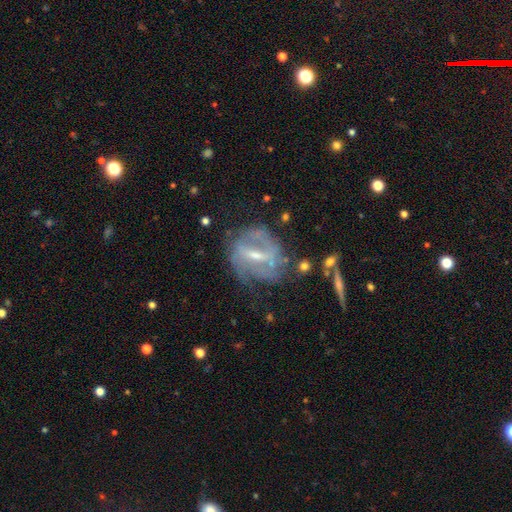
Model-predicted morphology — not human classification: A featured or disk galaxy (75%) with a strong bar (48%), spiral arms (66%) and a small central bulge (51%).

Vote fractions:
- Smooth or featured? featured or disk: 75% / smooth: 16% / star or artifact: 9%
- Edge-on disk? no: 92% / yes: 8%
- Bar? strong: 48% / weak: 39% / no: 13%
- Spiral arms? yes: 66% / no: 34%
- Bulge size? small: 51% / moderate: 39% / none: 7% / large: 2% / dominant: 1%
- Merging? none: 54% / minor disturbance: 24% / major disturbance: 18% / merger: 4%